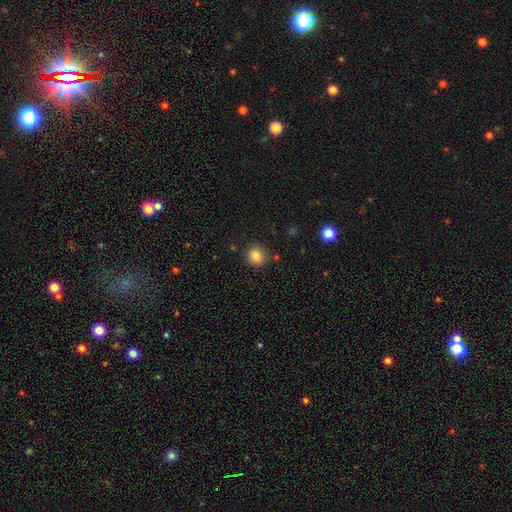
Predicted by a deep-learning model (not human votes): Smooth or featured? Predicted: smooth (p=0.85). How rounded? Predicted: round (p=0.88). Merging? Predicted: none (p=0.83).